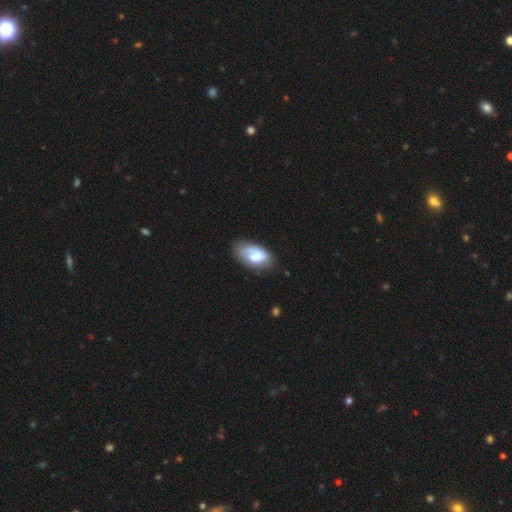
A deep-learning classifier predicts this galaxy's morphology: The model was most divided on "merging": none: 59%, minor disturbance: 28%, major disturbance: 10%, merger: 3%. More confident: how rounded — in between (93%); smooth or featured — smooth (66%).